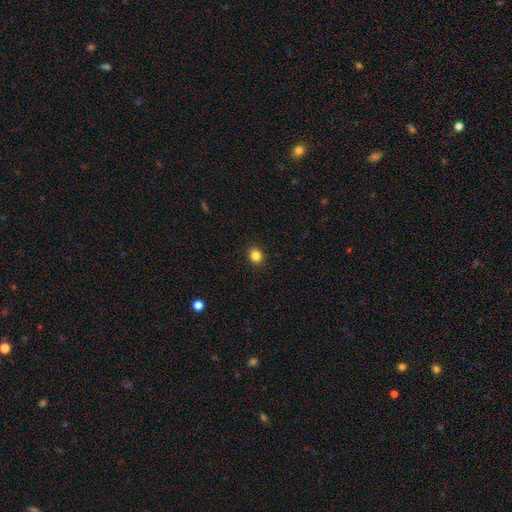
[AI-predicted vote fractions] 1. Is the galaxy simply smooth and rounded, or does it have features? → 84% smooth, 12% star or artifact, 4% featured or disk.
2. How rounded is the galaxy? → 78% round, 21% in between, 1% cigar-shaped.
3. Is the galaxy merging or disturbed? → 91% none, 6% minor disturbance, 2% major disturbance, 1% merger.